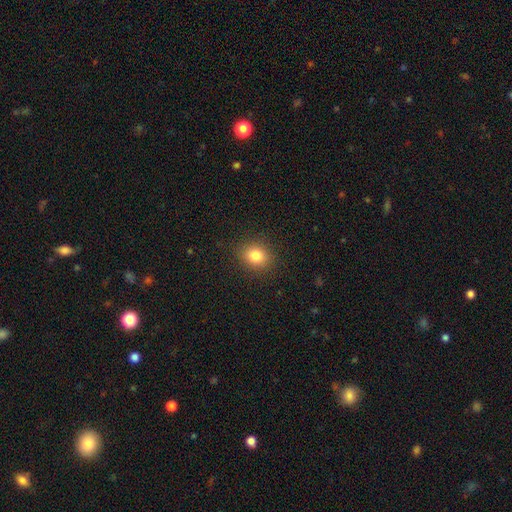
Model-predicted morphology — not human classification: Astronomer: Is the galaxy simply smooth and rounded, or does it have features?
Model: smooth — 82%.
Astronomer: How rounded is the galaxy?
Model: round — 59% (runner-up: in between, 40%).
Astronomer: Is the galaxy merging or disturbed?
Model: none — 89%.